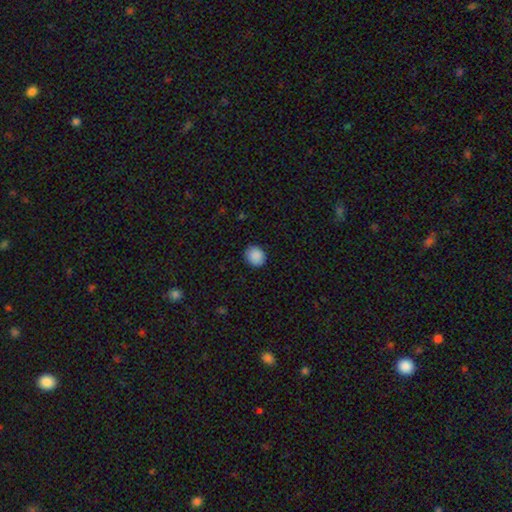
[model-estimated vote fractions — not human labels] Smooth or featured? smooth (89%)
How rounded? round (72%)
Merging? none (89%)